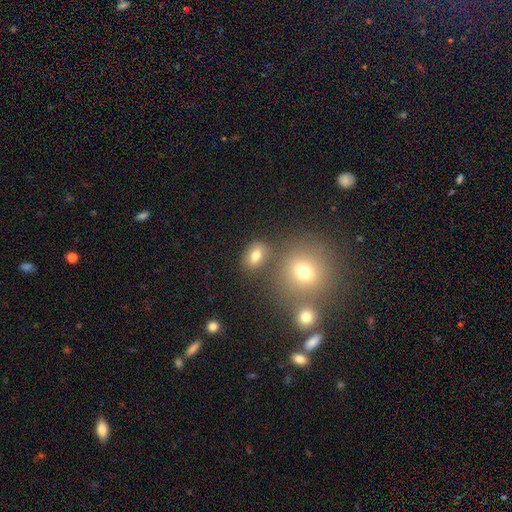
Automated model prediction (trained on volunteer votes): Morphology: type=smooth (75%); roundness=in between (73%); merging=none (71%).